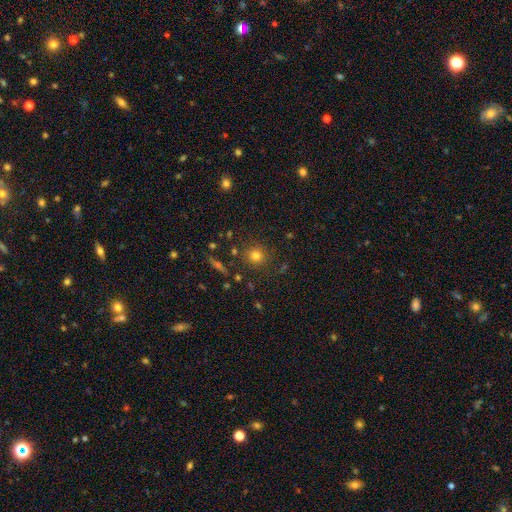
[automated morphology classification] This is likely a smooth galaxy (77%). How rounded: clearly round (91%). Merging: clearly none (85%).